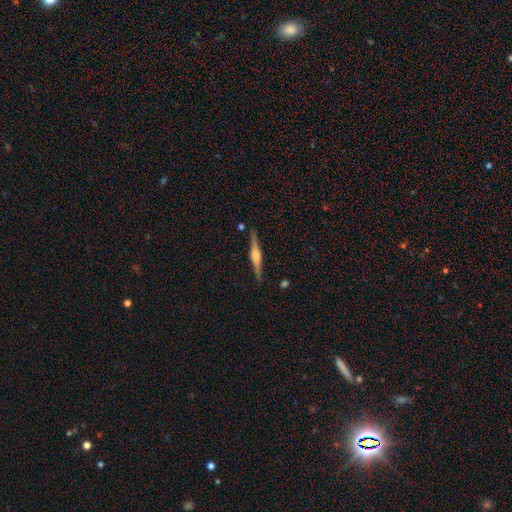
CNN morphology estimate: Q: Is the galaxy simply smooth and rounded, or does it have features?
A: featured or disk — 77%.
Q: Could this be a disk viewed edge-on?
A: yes — 98%.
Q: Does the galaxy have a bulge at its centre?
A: rounded — 73%.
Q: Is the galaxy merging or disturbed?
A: none — 88%.